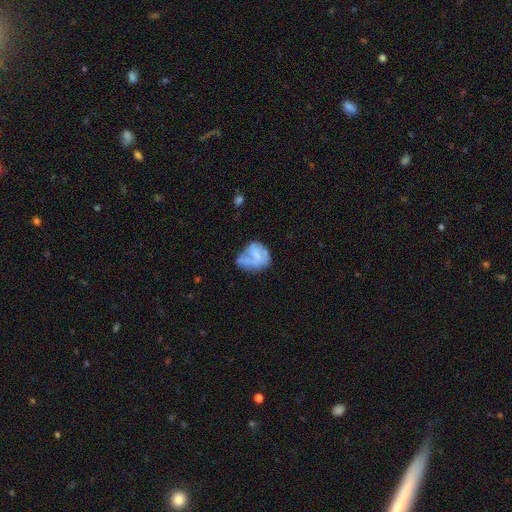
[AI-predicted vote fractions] Smooth or featured? Predicted: featured or disk (p=0.47). Merging? Predicted: none (p=0.37).